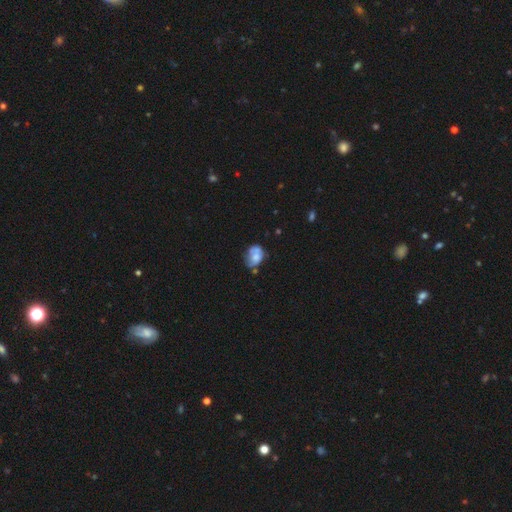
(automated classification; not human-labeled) The model was most divided on "merging": none: 37%, minor disturbance: 29%, merger: 17%, major disturbance: 16%. More confident: how rounded — in between (58%); smooth or featured — smooth (55%).